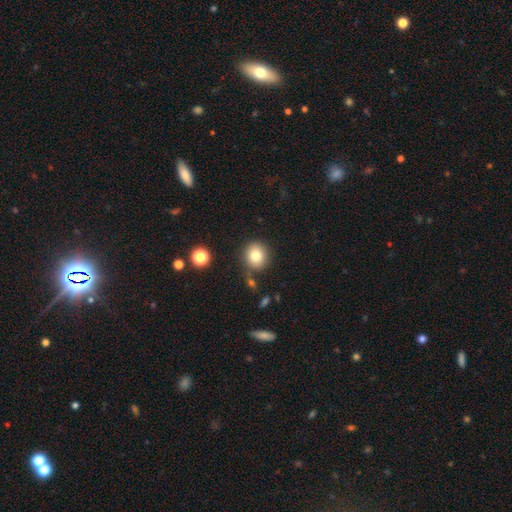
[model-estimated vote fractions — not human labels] Smooth or featured? smooth (81%)
How rounded? round (84%)
Merging? none (80%)